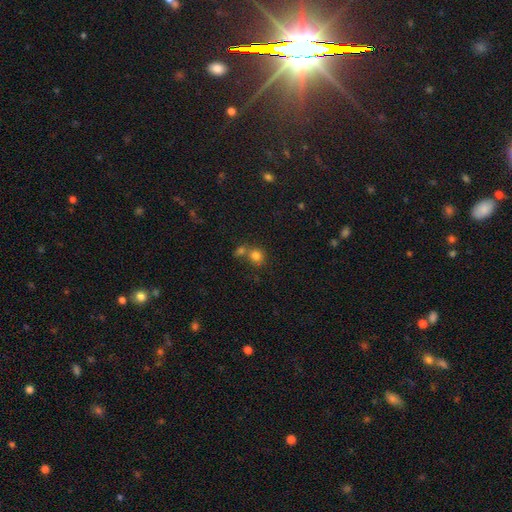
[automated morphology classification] This appears to be a smooth galaxy with no disk features (79%) that is round (81%). Merging: none (51%).